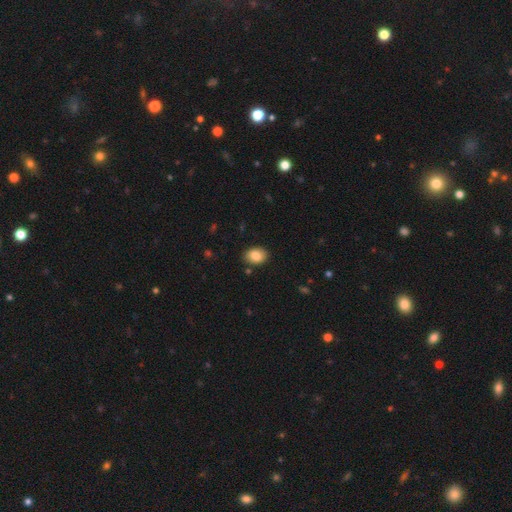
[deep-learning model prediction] This appears to be a smooth galaxy with no disk features (85%) that is in between round and cigar-shaped (74%). Merging: none (87%).